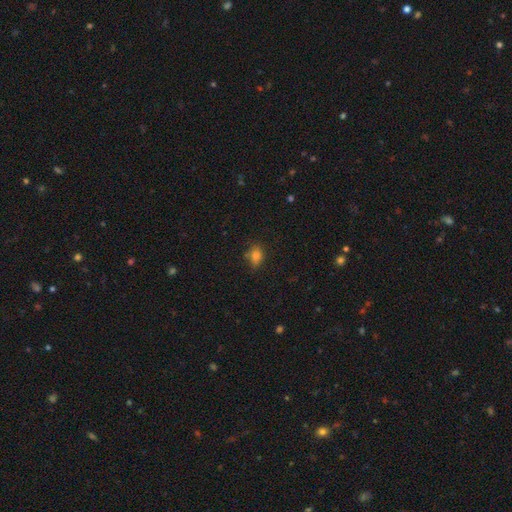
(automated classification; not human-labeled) Smooth or featured: smooth — 81% (star or artifact — 13%)
How rounded: in between — 71% (round — 27%)
Merging: none — 70% (minor disturbance — 21%)